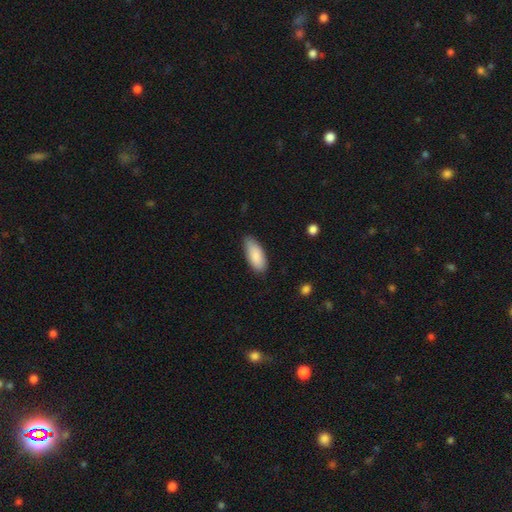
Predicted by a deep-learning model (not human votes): Smooth or featured?
  - smooth: 87% *
  - featured or disk: 7%
  - star or artifact: 6%
How rounded?
  - in between: 84% *
  - cigar-shaped: 14%
  - round: 2%
Merging?
  - none: 77% *
  - minor disturbance: 19%
  - major disturbance: 3%
  - merger: 1%